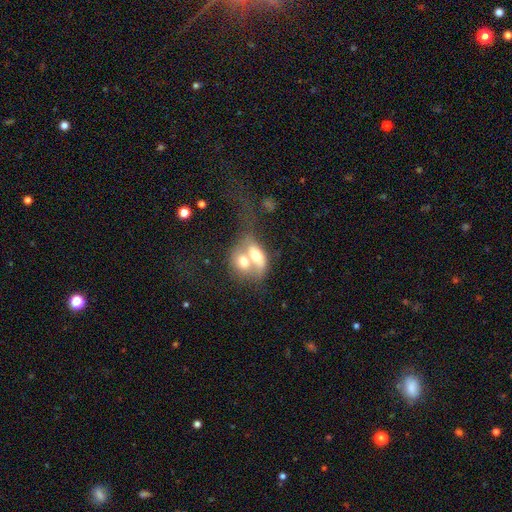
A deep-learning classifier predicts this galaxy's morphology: This appears to be a smooth galaxy with no disk features (58%) that is in between round and cigar-shaped (71%). Merging: merger (78%).